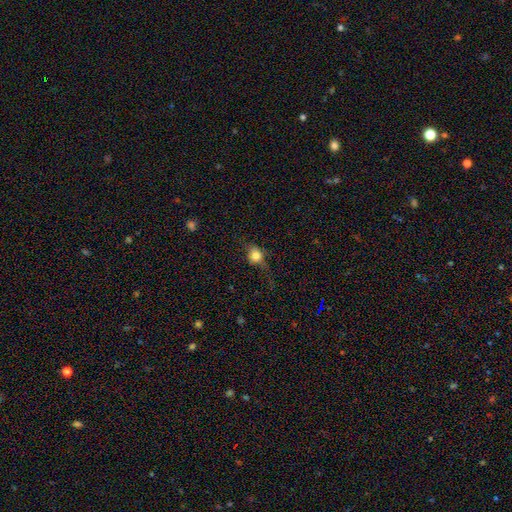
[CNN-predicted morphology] type=smooth (72%); roundness=round (68%); merging=none (52%).